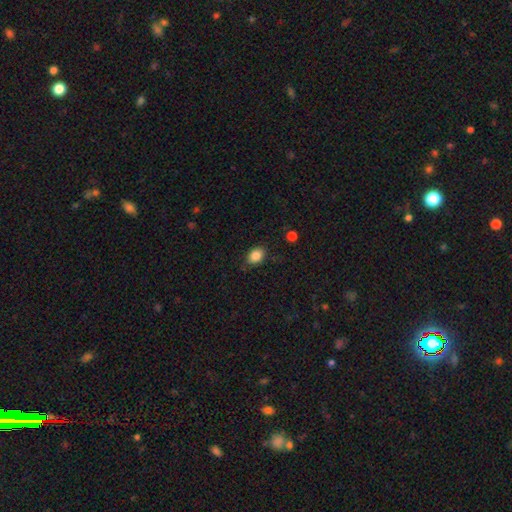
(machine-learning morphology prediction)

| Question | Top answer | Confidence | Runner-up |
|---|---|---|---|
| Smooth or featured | smooth | 85% | star or artifact (9%) |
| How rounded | in between | 73% | round (26%) |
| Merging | none | 81% | minor disturbance (15%) |